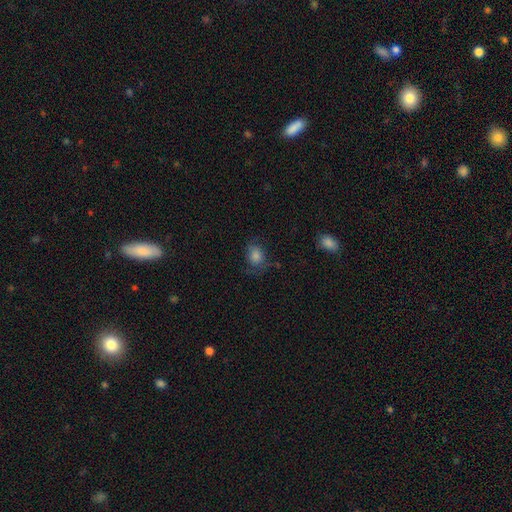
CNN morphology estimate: This appears to be a smooth galaxy with no disk features (69%) that is round (50%). Merging: none (56%).